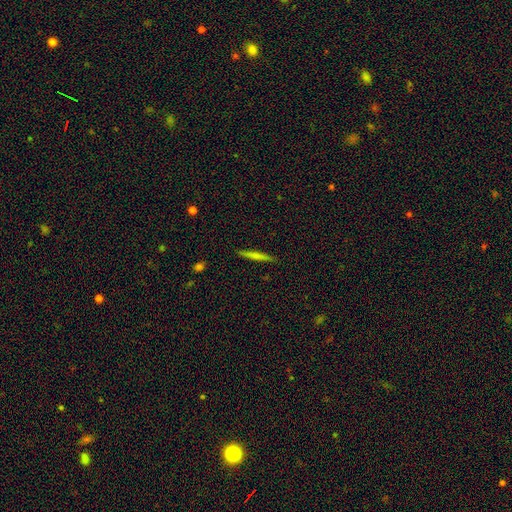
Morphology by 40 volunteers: Smooth or featured? smooth (52%)
How rounded? cigar-shaped (95%)
Merging? none (79%)